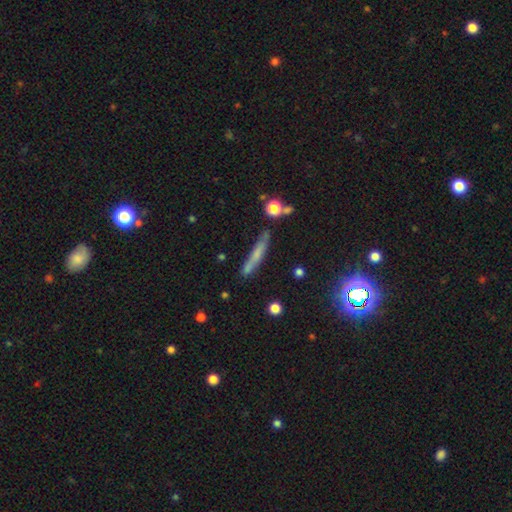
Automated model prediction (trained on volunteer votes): Morphology: type=smooth (52%); roundness=cigar-shaped (89%); merging=none (74%).